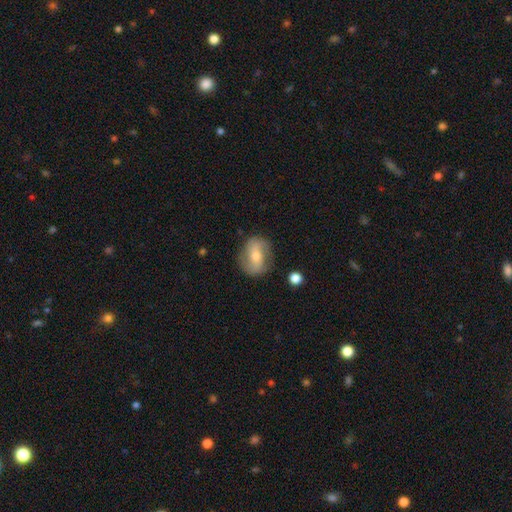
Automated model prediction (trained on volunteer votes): smooth-or-featured: featured or disk: 61% | smooth: 32% | star or artifact: 8%
  disk-edge-on: no: 95% | yes: 5%
    bar: no: 37% | weak: 33% | strong: 30%
    has-spiral-arms: yes: 79% | no: 21%
    bulge-size: small: 50% | moderate: 45% | large: 2% | none: 2% | dominant: 1%
  merging: none: 78% | minor disturbance: 15% | major disturbance: 5% | merger: 2%